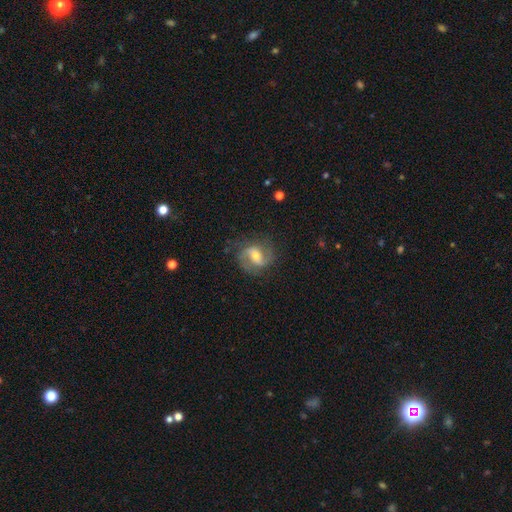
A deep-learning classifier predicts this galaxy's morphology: Overall: featured or disk (77%). Edge-on disk: no (97%). Bar: weak (49%; no 26%). Spiral arms: yes (93%). Spiral arm count: 2 (86%). Spiral winding: medium (48%; loose 34%). Bulge size: moderate (56%; small 37%). Merging: none (74%).